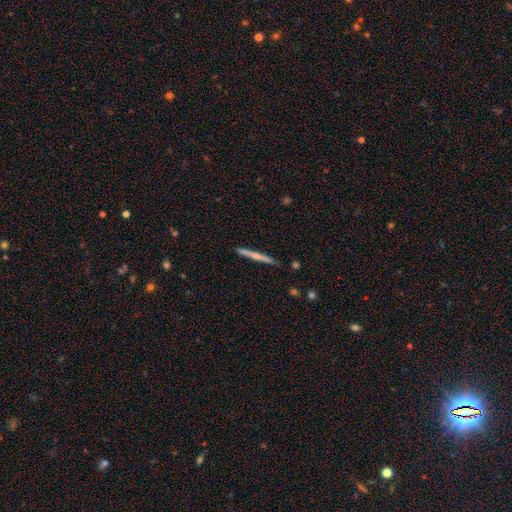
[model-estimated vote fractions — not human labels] This appears to be a featured or disk galaxy (51%) viewed edge-on (97%). Merging: none (89%).